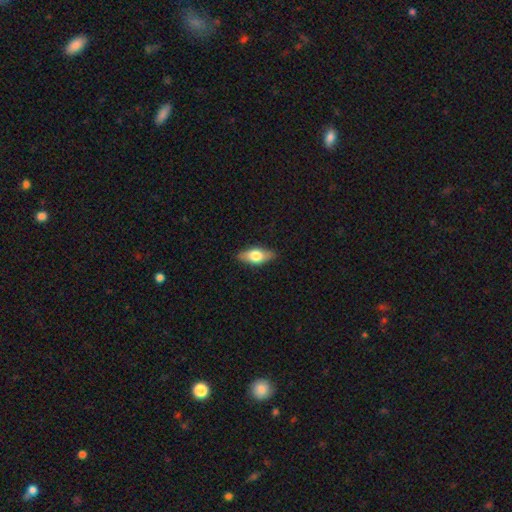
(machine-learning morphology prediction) This appears to be a smooth galaxy with no disk features (61%) that is in between round and cigar-shaped (80%). Merging: none (86%).